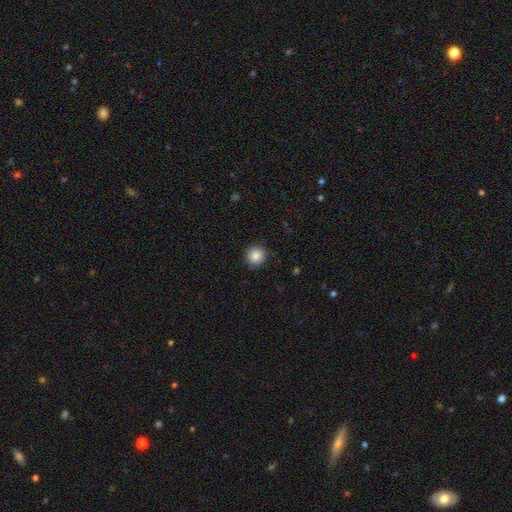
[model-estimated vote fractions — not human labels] A smooth galaxy with no disk features (86%) that is round (94%). Merging: none (91%).